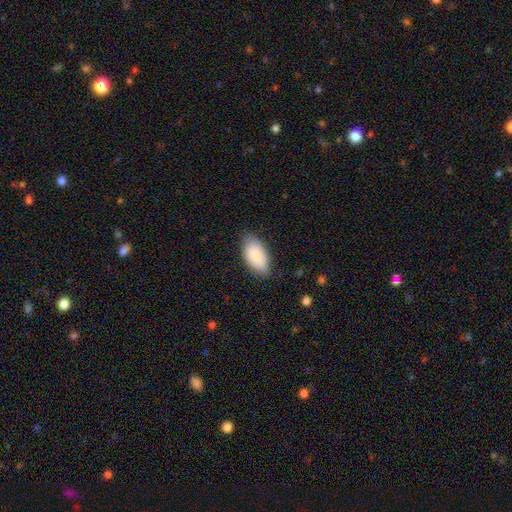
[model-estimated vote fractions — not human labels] smooth_or_featured: smooth (p=0.88) [alt: star or artifact p=0.06]
how_rounded: in between (p=0.95) [alt: cigar-shaped p=0.03]
merging: none (p=0.77) [alt: minor disturbance p=0.18]